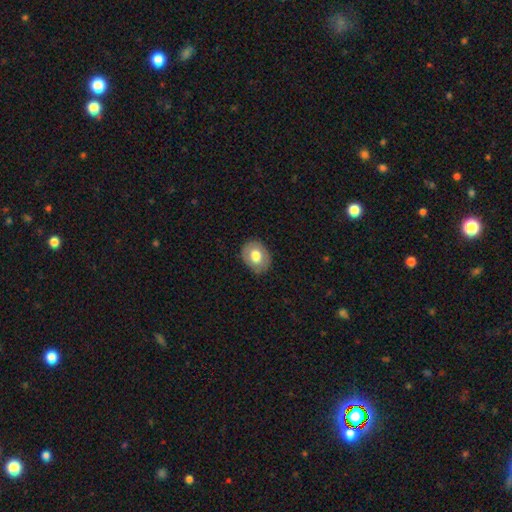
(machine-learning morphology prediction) This is likely a smooth galaxy (70%). How rounded: possibly in between (54%). Merging: clearly none (82%).